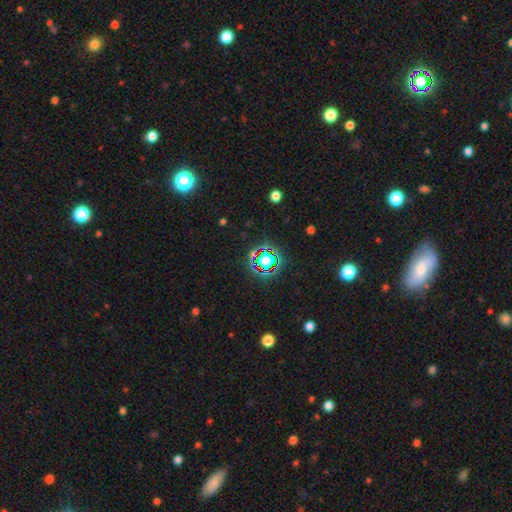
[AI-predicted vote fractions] The model was most divided on "smooth or featured": star or artifact: 75%, smooth: 16%, featured or disk: 9%.